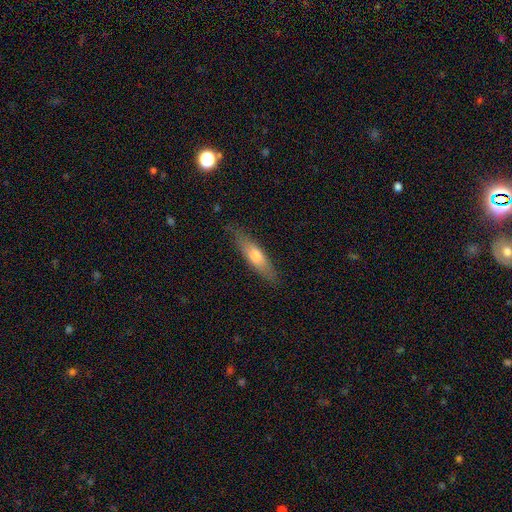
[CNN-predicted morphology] This appears to be a smooth galaxy with no disk features (60%) that is cigar-shaped (66%). Merging: none (81%).